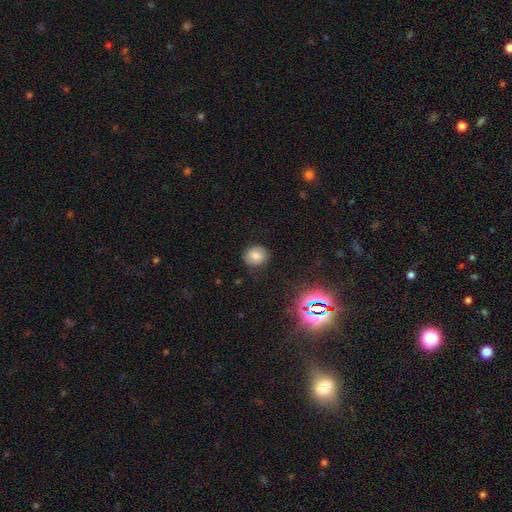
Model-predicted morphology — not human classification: Smooth or featured? smooth (76%)
How rounded? round (76%)
Merging? none (86%)